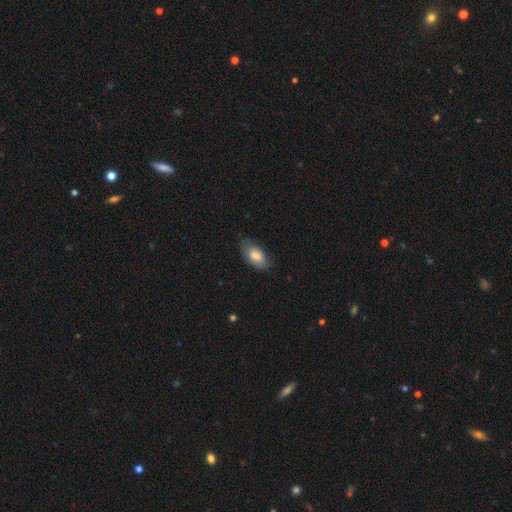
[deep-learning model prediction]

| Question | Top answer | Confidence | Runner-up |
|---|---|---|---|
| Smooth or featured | smooth | 80% | featured or disk (14%) |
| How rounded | in between | 93% | cigar-shaped (4%) |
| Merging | none | 66% | minor disturbance (27%) |